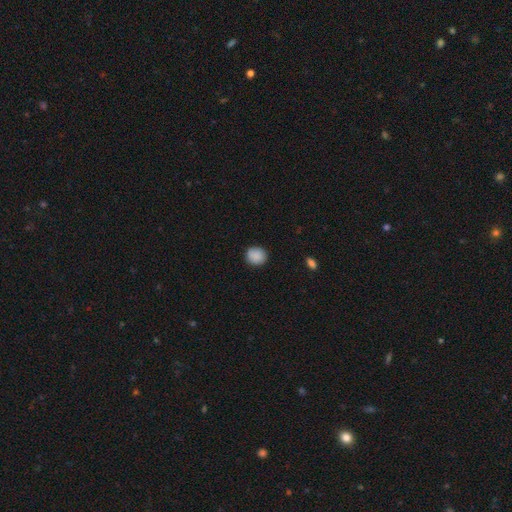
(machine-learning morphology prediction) smooth_or_featured: smooth (p=0.89) [alt: star or artifact p=0.08]
how_rounded: round (p=0.85) [alt: in between p=0.14]
merging: none (p=0.90) [alt: minor disturbance p=0.07]